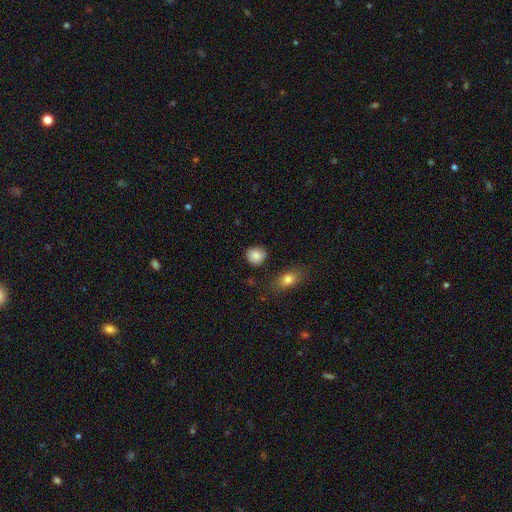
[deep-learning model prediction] Smooth or featured?
  - smooth: 87% *
  - star or artifact: 8%
  - featured or disk: 5%
How rounded?
  - round: 84% *
  - in between: 15%
  - cigar-shaped: 1%
Merging?
  - none: 81% *
  - minor disturbance: 12%
  - major disturbance: 3%
  - merger: 3%